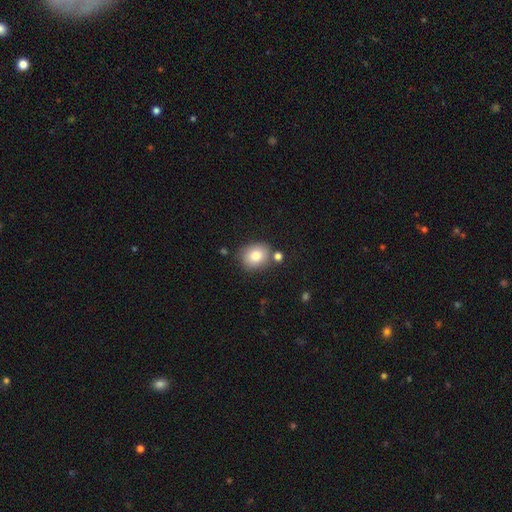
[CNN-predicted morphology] Smooth or featured?
  - smooth: 80% *
  - featured or disk: 11%
  - star or artifact: 9%
How rounded?
  - round: 54% *
  - in between: 45%
  - cigar-shaped: 1%
Merging?
  - none: 74% *
  - minor disturbance: 13%
  - merger: 9%
  - major disturbance: 3%